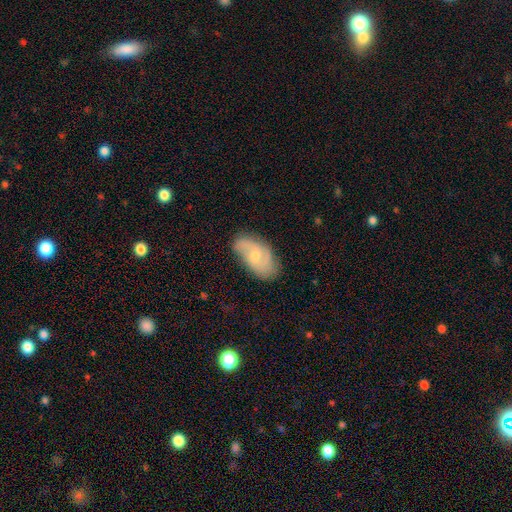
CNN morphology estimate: A featured or disk galaxy (61%) with no bar (55%), 2 (67%) medium (44%) spiral arms (88%) and a small central bulge (56%). Merging: none (70%).